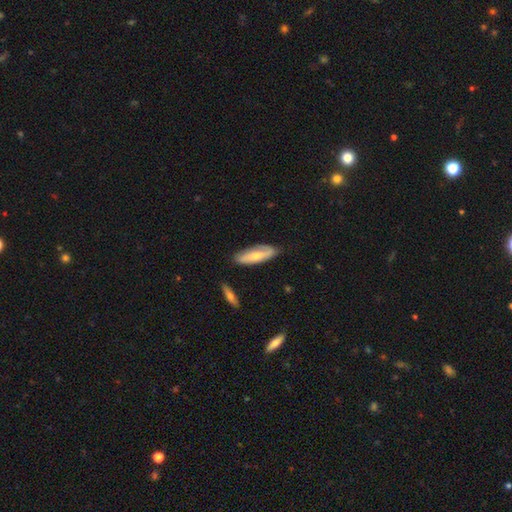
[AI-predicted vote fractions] The model was most divided on "smooth or featured": smooth: 48%, featured or disk: 46%, star or artifact: 6%. More confident: merging — none (71%).